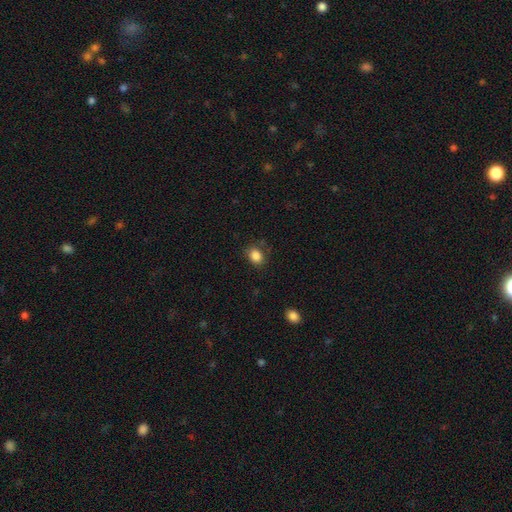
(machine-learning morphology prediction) Smooth or featured: smooth — 86% (star or artifact — 10%)
How rounded: in between — 58% (round — 41%)
Merging: none — 80% (minor disturbance — 14%)